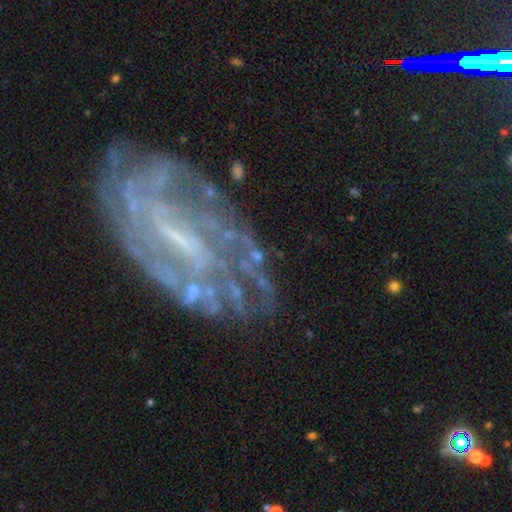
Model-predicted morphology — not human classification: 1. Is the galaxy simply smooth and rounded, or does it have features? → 73% featured or disk, 16% star or artifact, 11% smooth.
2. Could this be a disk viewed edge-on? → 94% no, 6% yes.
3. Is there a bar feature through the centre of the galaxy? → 35% no, 34% weak, 31% strong.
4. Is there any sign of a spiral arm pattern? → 72% yes, 28% no.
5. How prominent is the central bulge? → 38% small (tied), 38% none (tied), 18% moderate, 4% large, 2% dominant.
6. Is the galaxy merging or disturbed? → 54% none, 21% major disturbance, 17% minor disturbance, 7% merger.